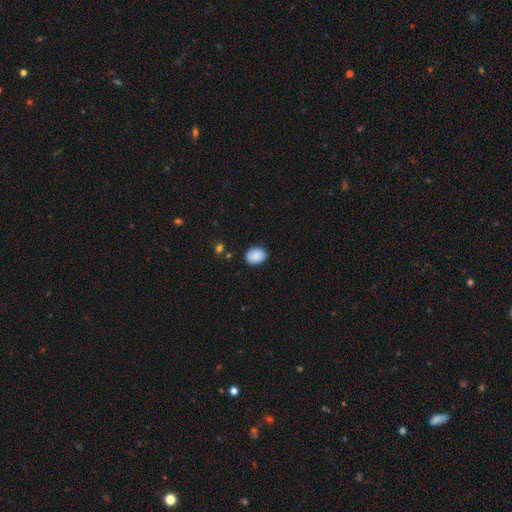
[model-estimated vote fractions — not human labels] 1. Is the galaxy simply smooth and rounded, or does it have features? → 87% smooth, 8% star or artifact, 5% featured or disk.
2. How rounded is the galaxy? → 56% in between, 43% round, 1% cigar-shaped.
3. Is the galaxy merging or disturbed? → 85% none, 11% minor disturbance, 2% major disturbance, 1% merger.